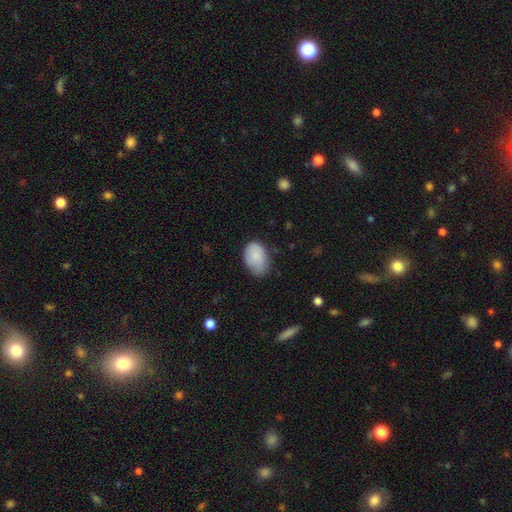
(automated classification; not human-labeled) Morphology: type=smooth (85%); roundness=in between (85%); merging=none (63%).